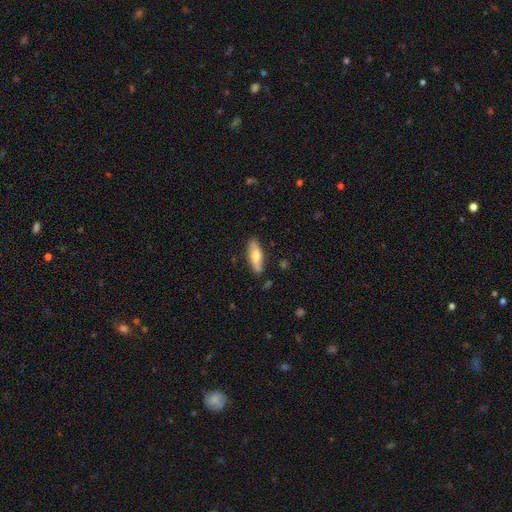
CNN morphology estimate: A smooth galaxy with no disk features (66%) that is in between round and cigar-shaped (58%). Merging: none (82%).